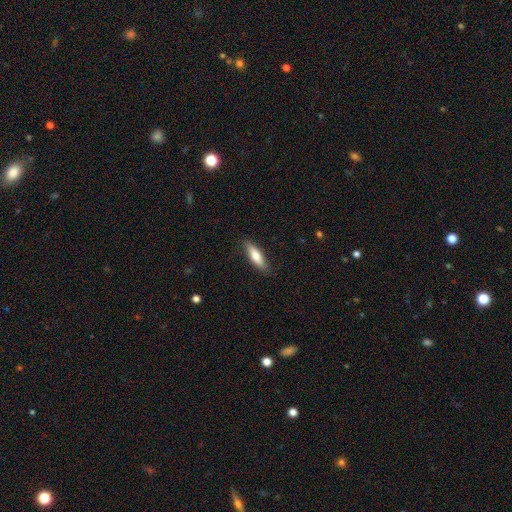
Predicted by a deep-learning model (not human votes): Q: Smooth or featured?
A: smooth (72%); runner-up: featured or disk (22%)
Q: How rounded?
A: cigar-shaped (58%); runner-up: in between (40%)
Q: Merging?
A: none (82%); runner-up: minor disturbance (14%)